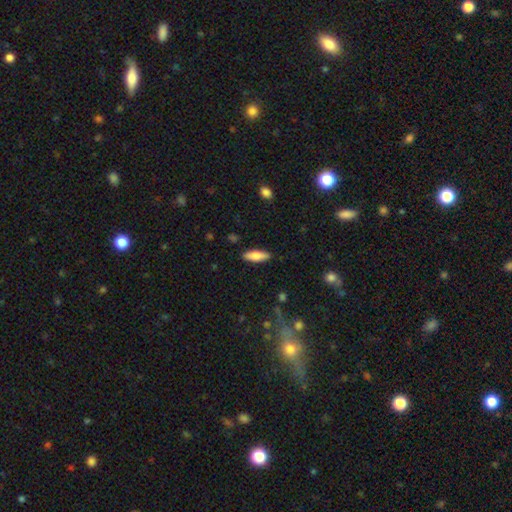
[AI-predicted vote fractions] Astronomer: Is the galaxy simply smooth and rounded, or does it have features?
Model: smooth — 77%.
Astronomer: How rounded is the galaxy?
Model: in between — 60% (runner-up: cigar-shaped, 38%).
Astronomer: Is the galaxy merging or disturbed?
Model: none — 88%.